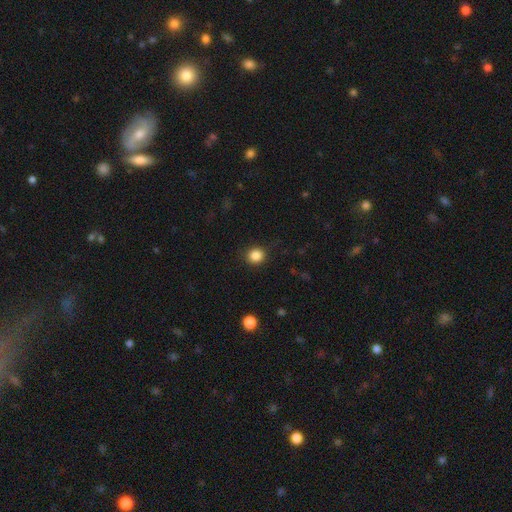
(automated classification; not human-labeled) smooth-or-featured: smooth: 86% | star or artifact: 11% | featured or disk: 4%
  how-rounded: round: 86% | in between: 13% | cigar-shaped: 1%
  merging: none: 88% | minor disturbance: 8% | major disturbance: 3% | merger: 1%